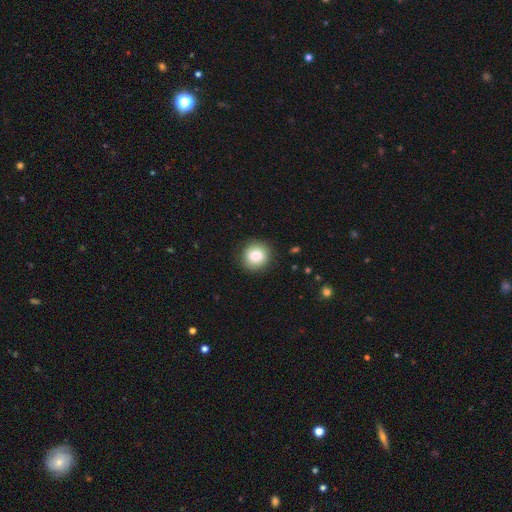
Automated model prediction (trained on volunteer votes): A smooth galaxy with no disk features (84%) that is round (88%).

Vote fractions:
- Smooth or featured? smooth: 84% / star or artifact: 9% / featured or disk: 8%
- How rounded? round: 88% / in between: 11% / cigar-shaped: 1%
- Merging? none: 89% / minor disturbance: 8% / major disturbance: 2% / merger: 1%